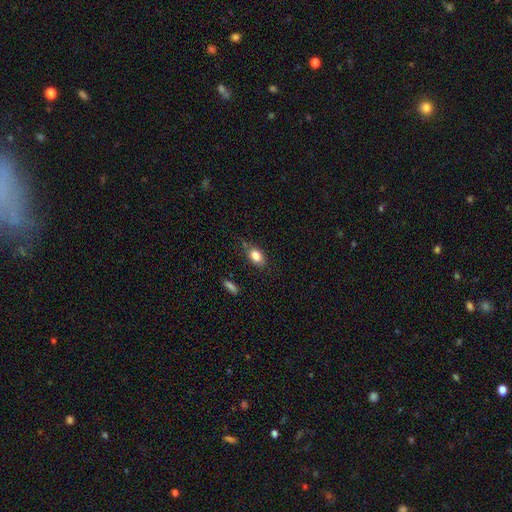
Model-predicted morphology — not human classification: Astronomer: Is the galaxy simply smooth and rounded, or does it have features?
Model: smooth — 83%.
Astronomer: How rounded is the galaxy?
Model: in between — 84%.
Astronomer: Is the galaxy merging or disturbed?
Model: none — 71%.